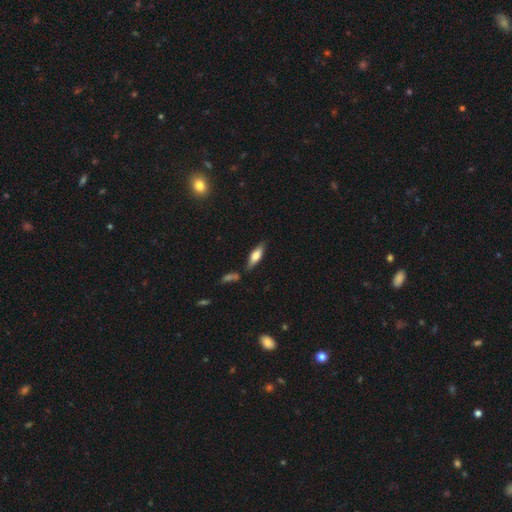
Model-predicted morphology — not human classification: This is likely a smooth galaxy (63%). How rounded: possibly in between (51%). Merging: likely none (78%).